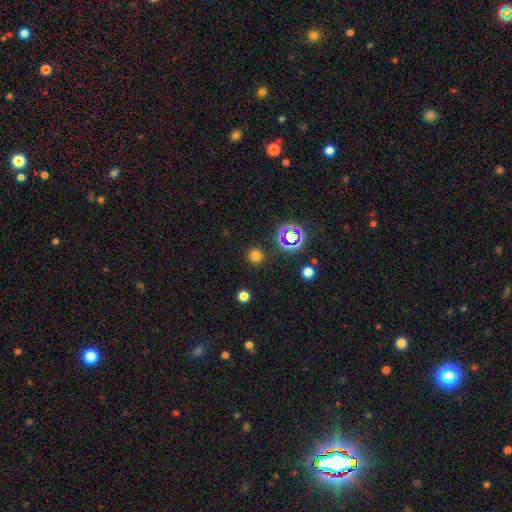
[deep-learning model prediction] Smooth or featured? smooth (71%)
How rounded? round (94%)
Merging? none (88%)